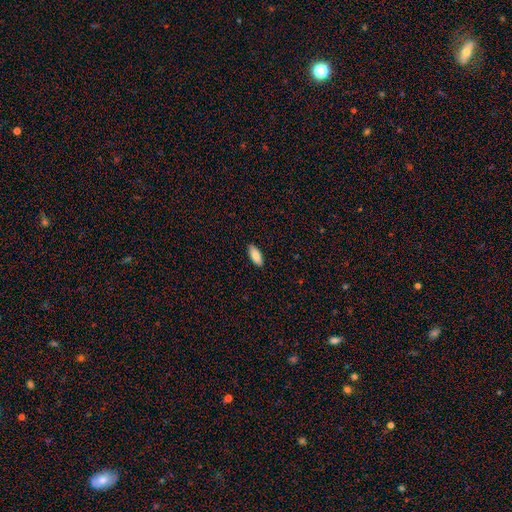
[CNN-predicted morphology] smooth-or-featured: smooth: 85% | featured or disk: 9% | star or artifact: 6%
  how-rounded: in between: 83% | cigar-shaped: 15% | round: 2%
  merging: none: 89% | minor disturbance: 8% | major disturbance: 2% | merger: 1%